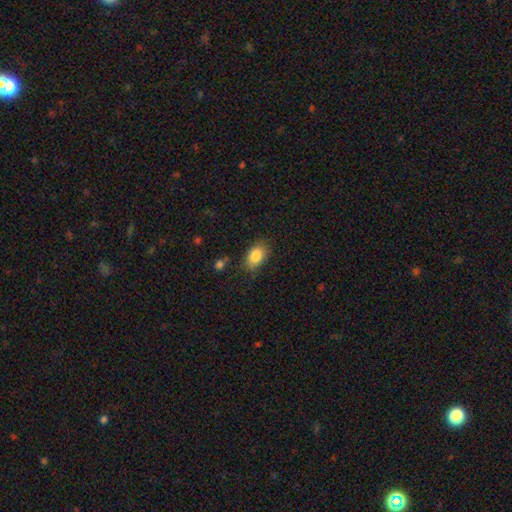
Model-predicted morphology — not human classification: A smooth galaxy with no disk features (85%) that is in between round and cigar-shaped (88%). Merging: none (80%).